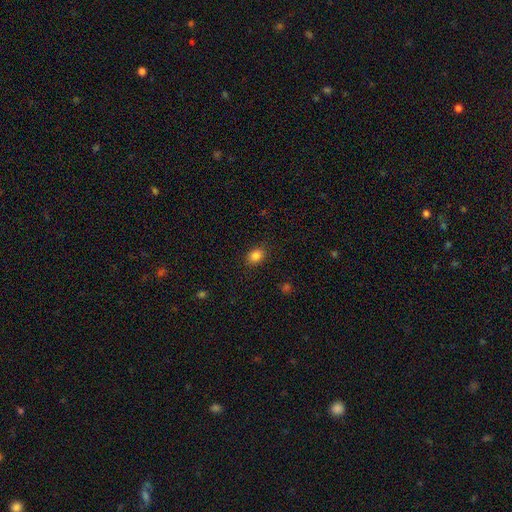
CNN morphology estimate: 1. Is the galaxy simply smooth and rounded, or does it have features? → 85% smooth, 11% star or artifact, 4% featured or disk.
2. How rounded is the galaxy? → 58% in between, 41% round, 1% cigar-shaped.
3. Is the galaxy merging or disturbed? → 86% none, 10% minor disturbance, 3% major disturbance, 1% merger.